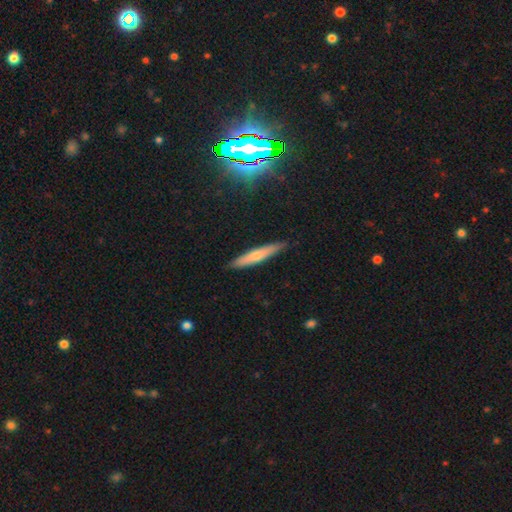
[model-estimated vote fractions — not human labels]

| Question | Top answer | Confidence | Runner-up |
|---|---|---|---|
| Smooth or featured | smooth | 62% | featured or disk (32%) |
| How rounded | cigar-shaped | 90% | in between (9%) |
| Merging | none | 87% | minor disturbance (10%) |